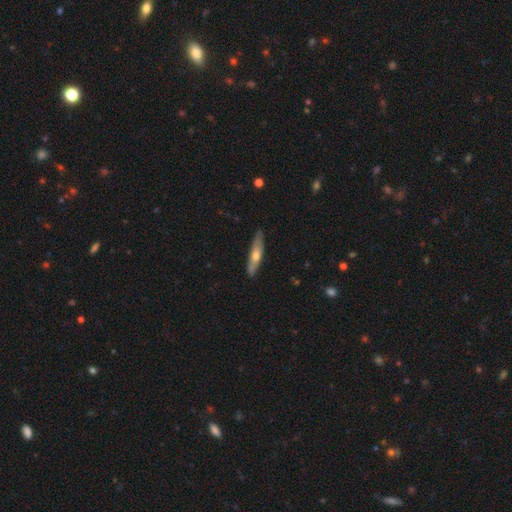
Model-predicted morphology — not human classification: Q: Smooth or featured?
A: smooth (50%); runner-up: featured or disk (45%)
Q: How rounded?
A: cigar-shaped (83%); runner-up: in between (15%)
Q: Merging?
A: none (82%); runner-up: minor disturbance (14%)